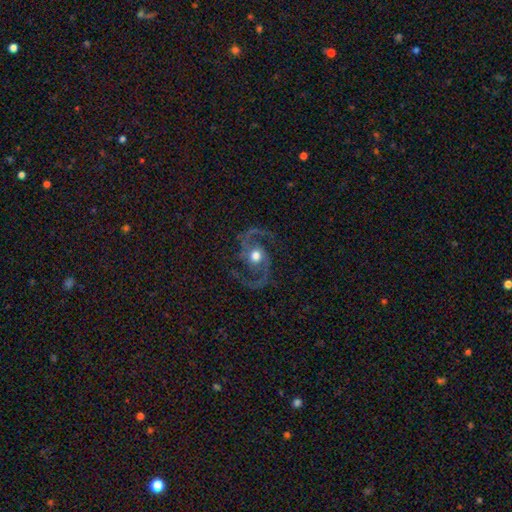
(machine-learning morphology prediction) A featured or disk galaxy (90%) with no bar (66%), 2 (93%) medium (60%) spiral arms (97%) and a moderate central bulge (72%). Merging: none (77%).